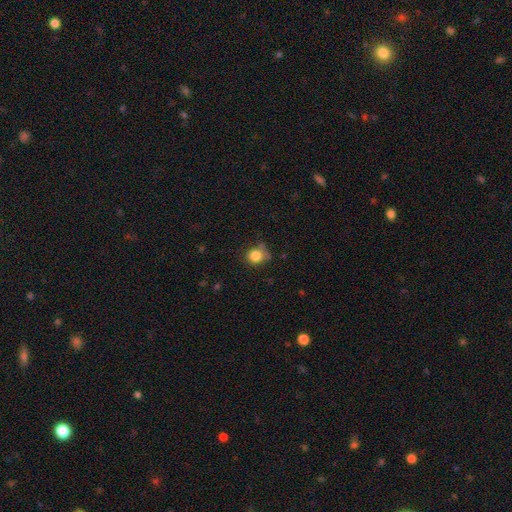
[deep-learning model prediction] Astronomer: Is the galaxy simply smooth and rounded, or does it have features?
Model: smooth — 82%.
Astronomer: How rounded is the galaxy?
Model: round — 80%.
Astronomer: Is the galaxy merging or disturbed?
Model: none — 60%.